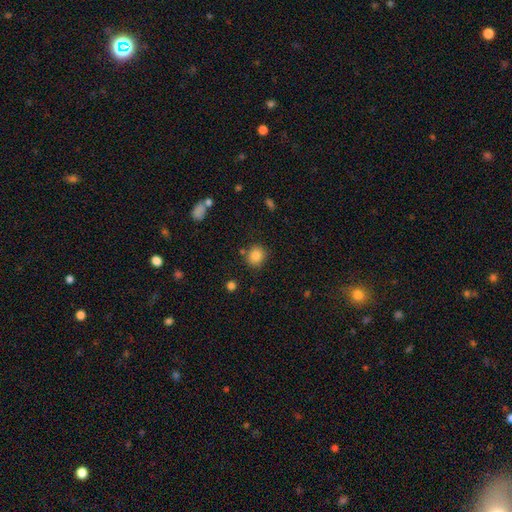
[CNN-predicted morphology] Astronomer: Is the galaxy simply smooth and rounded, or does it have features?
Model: smooth — 85%.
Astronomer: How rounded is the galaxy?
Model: round — 80%.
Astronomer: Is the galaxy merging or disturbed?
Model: none — 80%.